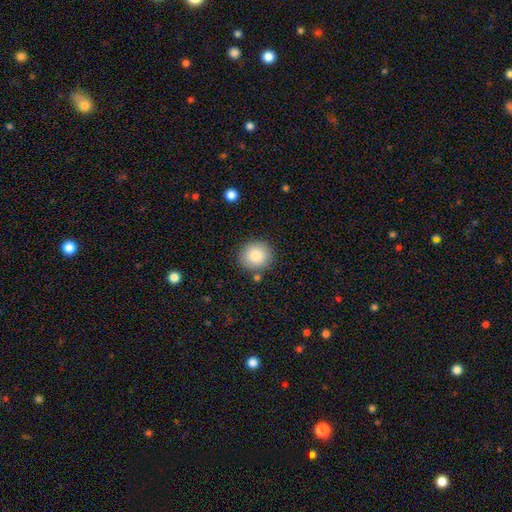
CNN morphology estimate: smooth-or-featured: smooth: 85% | star or artifact: 8% | featured or disk: 7%
  how-rounded: round: 89% | in between: 11% | cigar-shaped: 1%
  merging: none: 86% | minor disturbance: 8% | merger: 3% | major disturbance: 2%